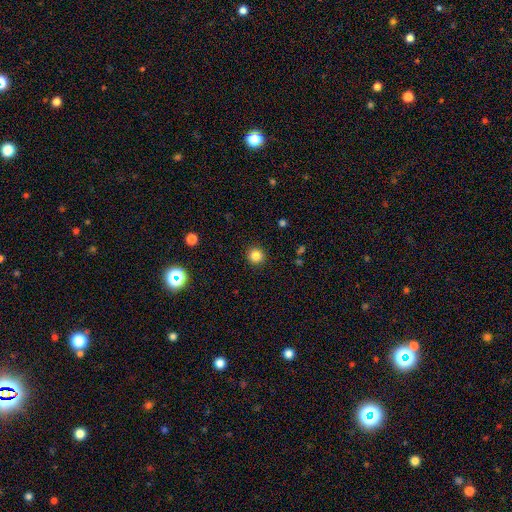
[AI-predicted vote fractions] Smooth or featured: smooth — 83% (star or artifact — 13%)
How rounded: round — 94% (in between — 5%)
Merging: none — 92% (minor disturbance — 5%)